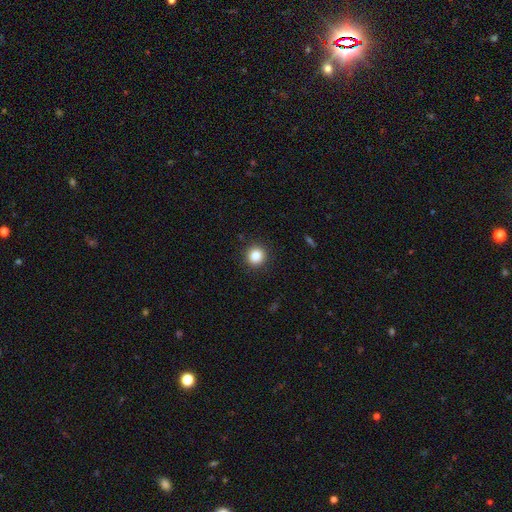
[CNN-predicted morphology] smooth 86%, star or artifact 10%, featured or disk 4%. Down the decision tree: how rounded — round (91%); merging — none (91%).